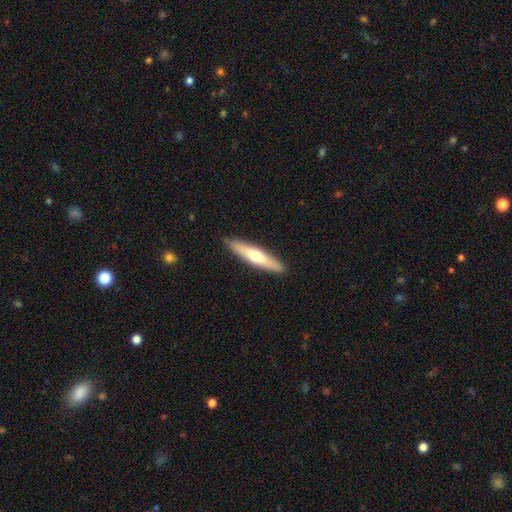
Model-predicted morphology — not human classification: This appears to be a smooth galaxy with no disk features (52%) that is cigar-shaped (86%). Merging: none (90%).